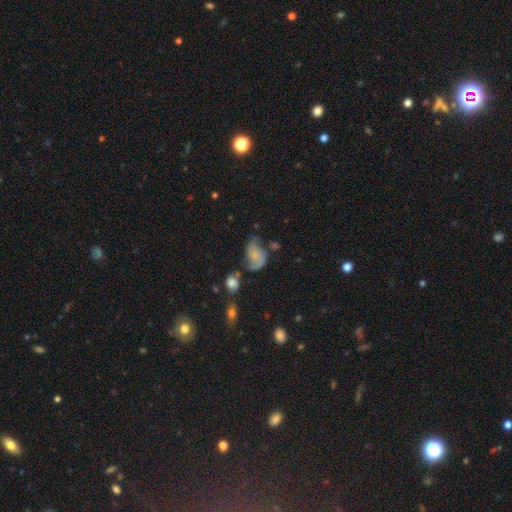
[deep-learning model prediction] This appears to be a featured or disk galaxy (52%) with no bar (73%), spiral arms (80%) and a small central bulge (55%). Merging: none (35%).